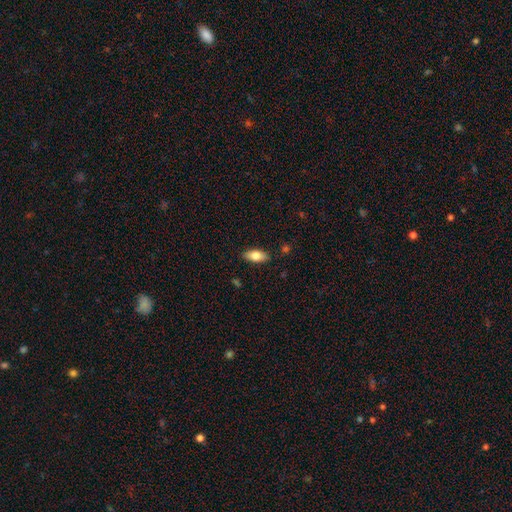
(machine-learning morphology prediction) The model was most divided on "smooth or featured": smooth: 75%, featured or disk: 18%, star or artifact: 7%. More confident: merging — none (86%); how rounded — in between (84%).